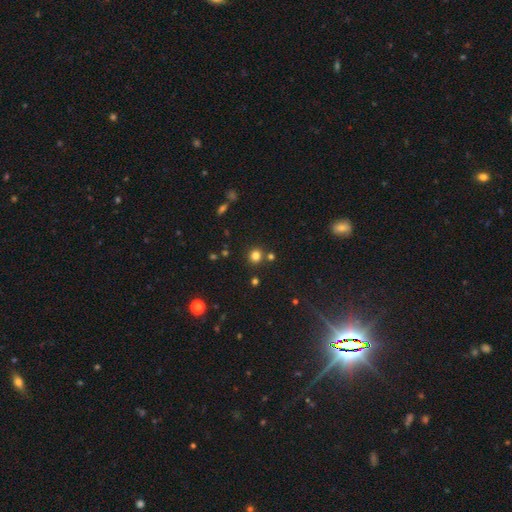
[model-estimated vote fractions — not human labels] Overall: smooth (79%). How rounded: round (90%). Merging: none (82%).